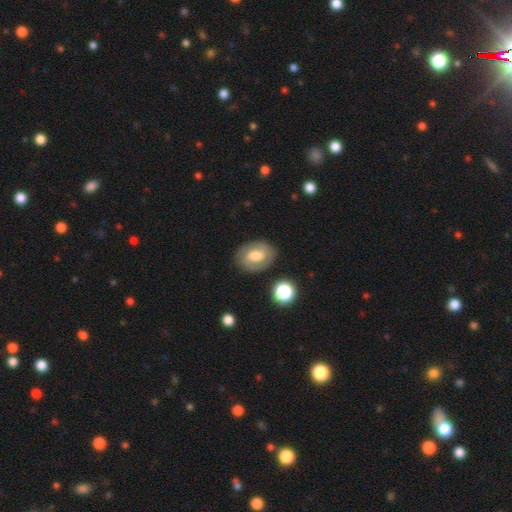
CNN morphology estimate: Q: Smooth or featured?
A: featured or disk (55%); runner-up: smooth (37%)
Q: Edge-on disk?
A: no (96%); runner-up: yes (4%)
Q: Bar?
A: no (44%); runner-up: weak (42%)
Q: Spiral arms?
A: yes (65%); runner-up: no (35%)
Q: Bulge size?
A: moderate (54%); runner-up: large (29%)
Q: Merging?
A: none (83%); runner-up: minor disturbance (12%)